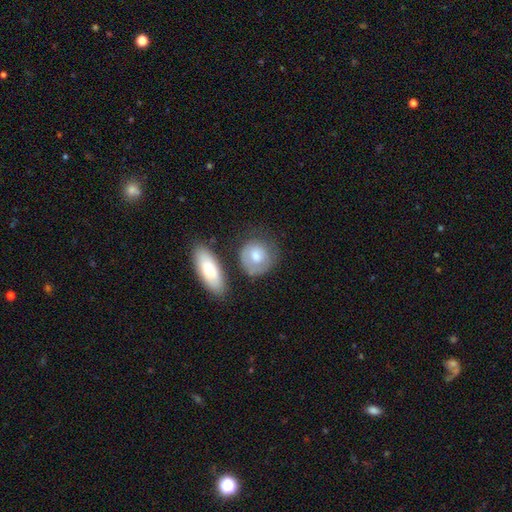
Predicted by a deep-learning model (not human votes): Q: Smooth or featured?
A: smooth (66%); runner-up: featured or disk (28%)
Q: How rounded?
A: round (76%); runner-up: in between (23%)
Q: Merging?
A: none (55%); runner-up: minor disturbance (24%)